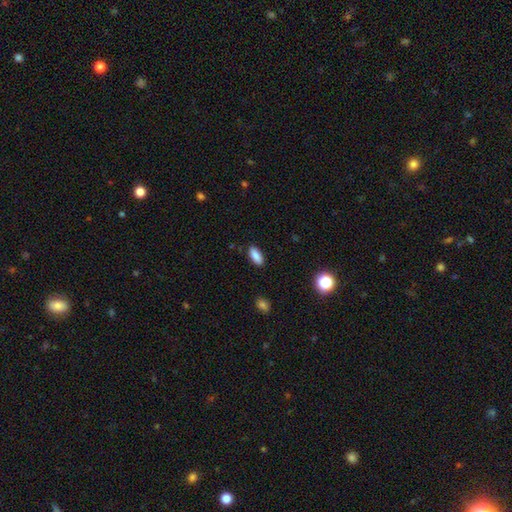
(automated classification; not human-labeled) smooth-or-featured: smooth: 86% | star or artifact: 8% | featured or disk: 6%
  how-rounded: in between: 80% | cigar-shaped: 18% | round: 2%
  merging: none: 88% | minor disturbance: 9% | major disturbance: 2% | merger: 1%